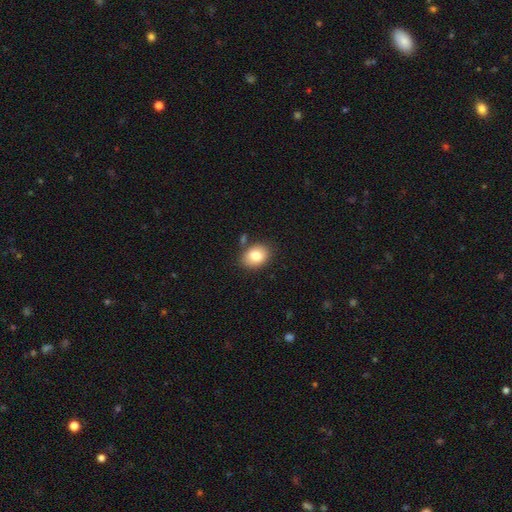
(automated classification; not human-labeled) A smooth galaxy with no disk features (81%) that is in between round and cigar-shaped (63%).

Vote fractions:
- Smooth or featured? smooth: 81% / featured or disk: 11% / star or artifact: 8%
- How rounded? in between: 63% / round: 36% / cigar-shaped: 1%
- Merging? none: 79% / minor disturbance: 13% / merger: 6% / major disturbance: 3%